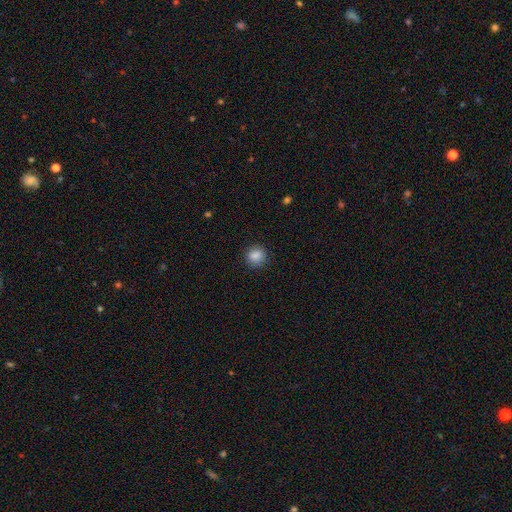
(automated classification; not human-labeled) Smooth or featured? Predicted: smooth (p=0.86). How rounded? Predicted: round (p=0.79). Merging? Predicted: none (p=0.86).